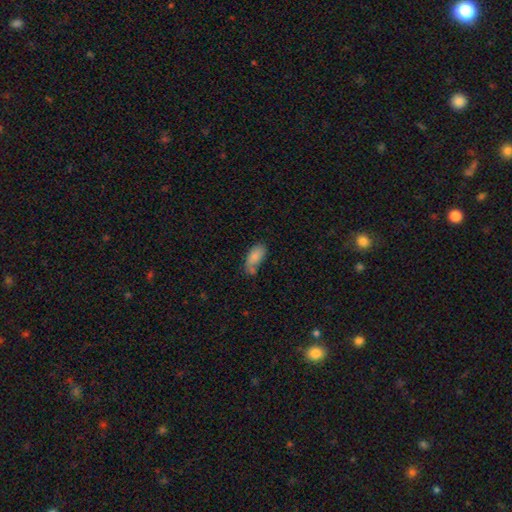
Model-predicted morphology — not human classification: This appears to be a smooth galaxy with no disk features (82%) that is in between round and cigar-shaped (89%). Merging: none (46%).